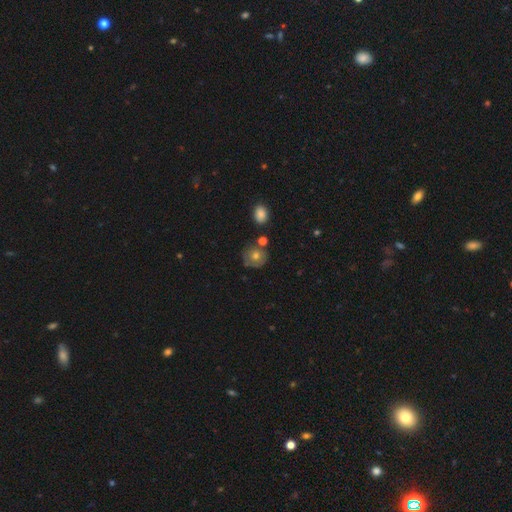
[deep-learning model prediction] Smooth or featured?
  - smooth: 58% *
  - featured or disk: 32%
  - star or artifact: 10%
How rounded?
  - round: 84% *
  - in between: 15%
  - cigar-shaped: 1%
Merging?
  - none: 68% *
  - minor disturbance: 17%
  - merger: 9%
  - major disturbance: 5%